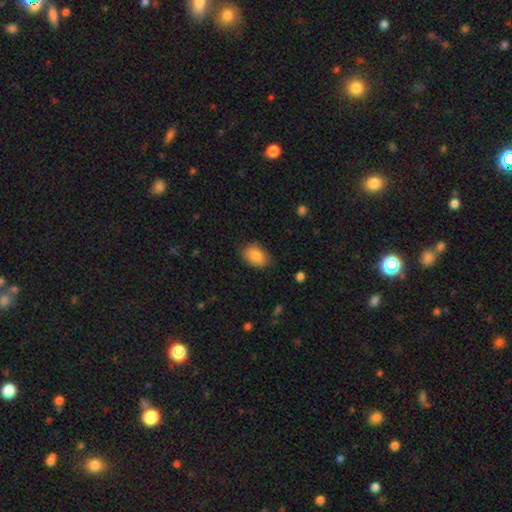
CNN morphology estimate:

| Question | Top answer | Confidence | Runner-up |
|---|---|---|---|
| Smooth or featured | smooth | 84% | featured or disk (8%) |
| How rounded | in between | 82% | round (17%) |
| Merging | none | 78% | minor disturbance (18%) |